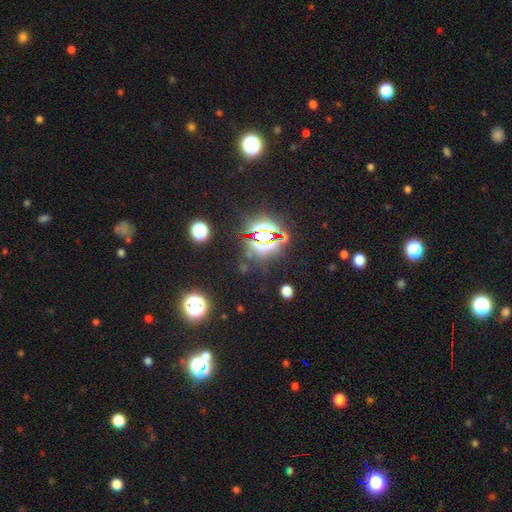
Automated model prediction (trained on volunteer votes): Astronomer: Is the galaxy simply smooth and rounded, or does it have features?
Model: star or artifact — 82%.